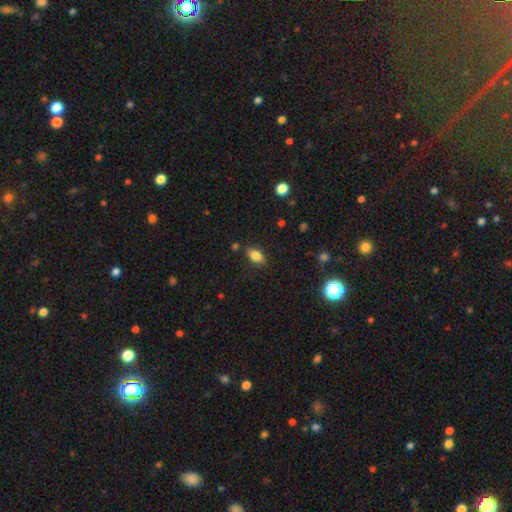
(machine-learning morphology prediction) Q: Smooth or featured?
A: smooth (80%); runner-up: featured or disk (11%)
Q: How rounded?
A: in between (88%); runner-up: cigar-shaped (7%)
Q: Merging?
A: none (83%); runner-up: minor disturbance (11%)